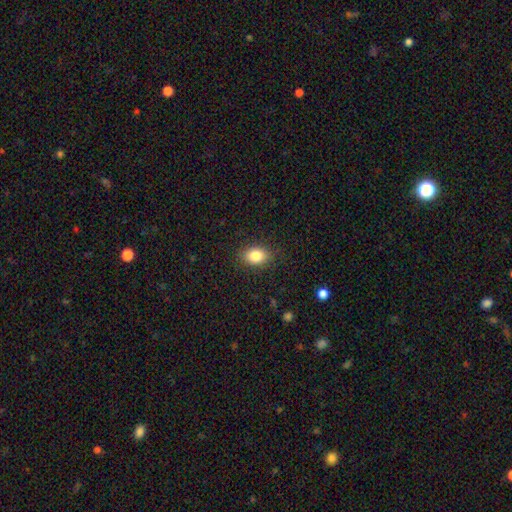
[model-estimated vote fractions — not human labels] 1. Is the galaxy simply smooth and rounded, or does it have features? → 84% smooth, 9% star or artifact, 7% featured or disk.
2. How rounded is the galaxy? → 77% in between, 21% round, 1% cigar-shaped.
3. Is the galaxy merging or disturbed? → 86% none, 10% minor disturbance, 3% major disturbance, 1% merger.